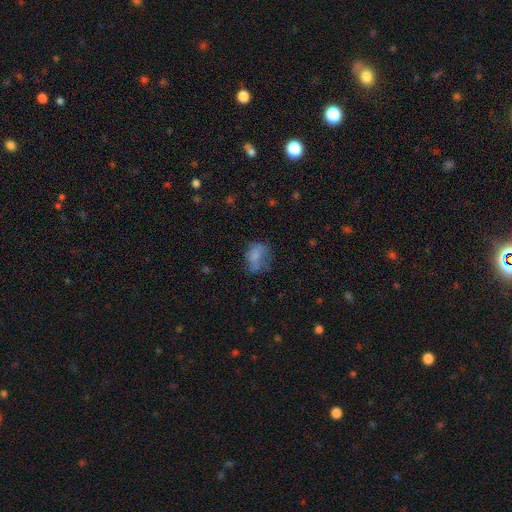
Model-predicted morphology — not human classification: This appears to be a smooth galaxy with no disk features (63%) that is in between round and cigar-shaped (69%). Merging: none (39%).